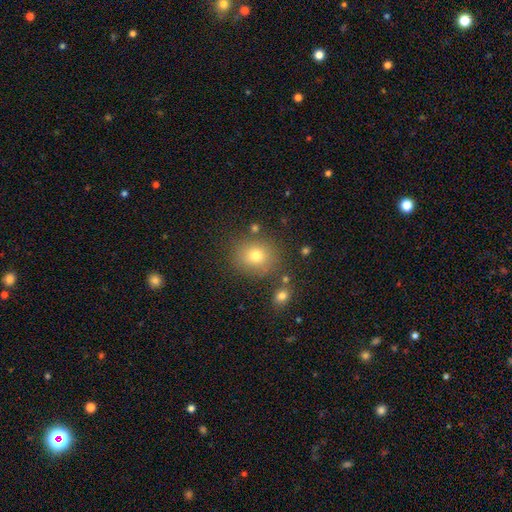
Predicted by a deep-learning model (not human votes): Smooth or featured? smooth (75%)
How rounded? round (78%)
Merging? none (80%)